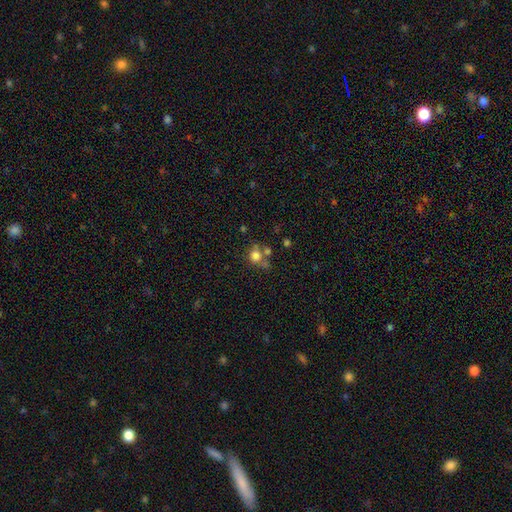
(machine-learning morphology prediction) Smooth or featured? Predicted: smooth (p=0.73). How rounded? Predicted: round (p=0.81). Merging? Predicted: none (p=0.50).